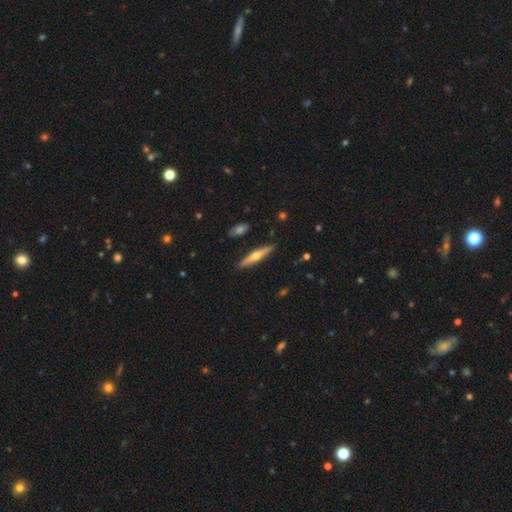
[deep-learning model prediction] Smooth or featured?
  - featured or disk: 58% *
  - smooth: 36%
  - star or artifact: 6%
Edge-on disk?
  - yes: 95% *
  - no: 5%
Edge-on bulge?
  - rounded: 90% *
  - none: 7%
  - boxy: 3%
Merging?
  - none: 89% *
  - minor disturbance: 7%
  - merger: 2%
  - major disturbance: 2%